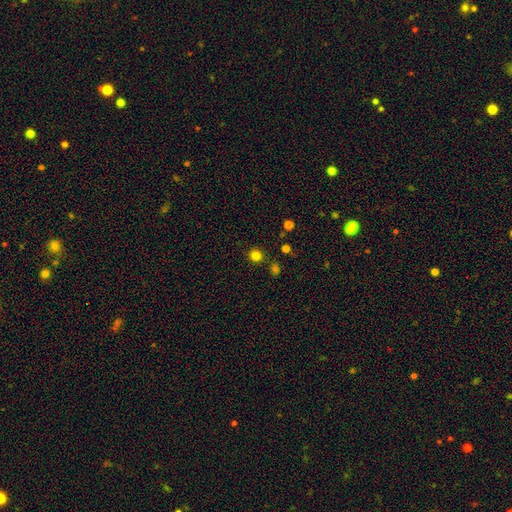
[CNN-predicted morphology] Overall: smooth (81%). How rounded: round (92%). Merging: none (87%).